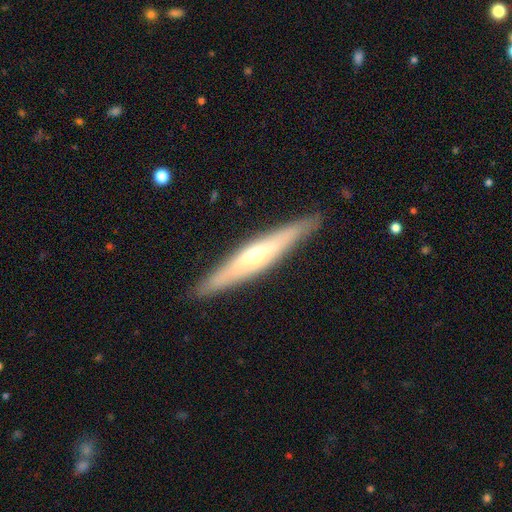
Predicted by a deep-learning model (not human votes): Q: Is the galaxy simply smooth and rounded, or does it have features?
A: featured or disk — 67%.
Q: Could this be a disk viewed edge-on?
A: yes — 89%.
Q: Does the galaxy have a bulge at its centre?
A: rounded — 81%.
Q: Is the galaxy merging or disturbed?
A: none — 90%.